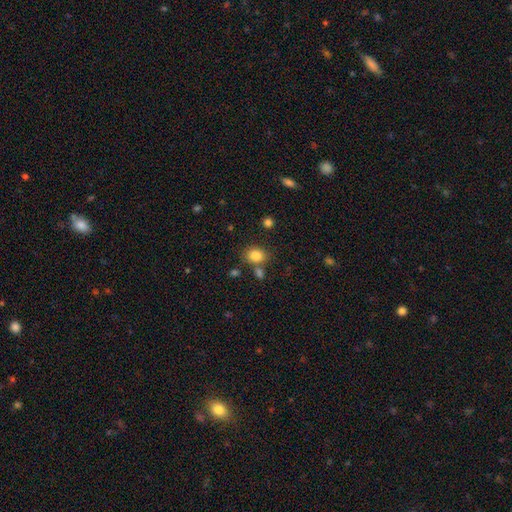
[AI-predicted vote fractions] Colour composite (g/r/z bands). It shows a smooth galaxy with no disk features (83%) that is in between round and cigar-shaped (51%). Merging: none (69%).